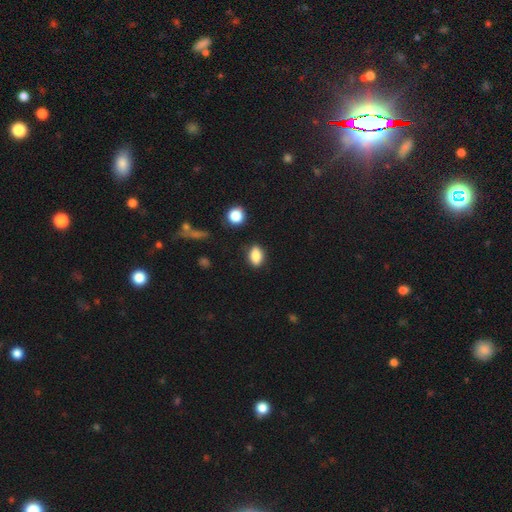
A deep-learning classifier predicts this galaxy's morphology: Smooth or featured?
  - smooth: 85% *
  - star or artifact: 9%
  - featured or disk: 6%
How rounded?
  - in between: 82% *
  - round: 14%
  - cigar-shaped: 4%
Merging?
  - none: 84% *
  - minor disturbance: 11%
  - major disturbance: 3%
  - merger: 2%